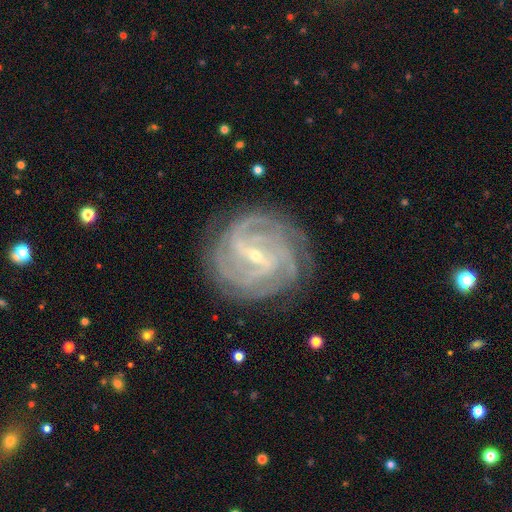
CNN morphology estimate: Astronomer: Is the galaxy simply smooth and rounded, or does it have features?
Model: featured or disk — 91%.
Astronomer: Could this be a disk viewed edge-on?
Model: no — 97%.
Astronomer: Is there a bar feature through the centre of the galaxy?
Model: strong — 46% (runner-up: weak, 41%).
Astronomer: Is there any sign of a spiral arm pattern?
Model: yes — 98%.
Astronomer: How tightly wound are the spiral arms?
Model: tight — 67%.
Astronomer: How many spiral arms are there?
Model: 4 — 36% (runner-up: 3, 22%).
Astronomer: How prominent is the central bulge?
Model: small — 78%.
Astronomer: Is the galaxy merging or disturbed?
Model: none — 81%.